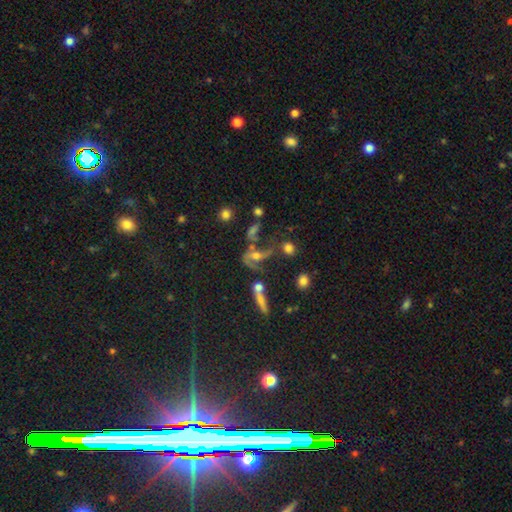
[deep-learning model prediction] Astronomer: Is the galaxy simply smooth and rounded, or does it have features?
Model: featured or disk — 59%.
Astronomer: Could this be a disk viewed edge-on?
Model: no — 88%.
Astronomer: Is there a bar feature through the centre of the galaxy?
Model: no — 59%.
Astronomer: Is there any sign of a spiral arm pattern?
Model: yes — 71%.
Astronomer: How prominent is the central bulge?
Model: moderate — 55%.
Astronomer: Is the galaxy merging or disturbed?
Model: merger — 34% (runner-up: none, 28%).